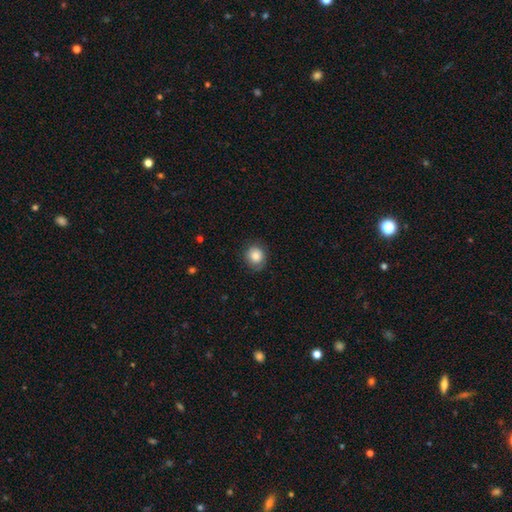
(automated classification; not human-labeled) smooth 83%, star or artifact 9%, featured or disk 8%. Down the decision tree: how rounded — round (85%); merging — none (82%).